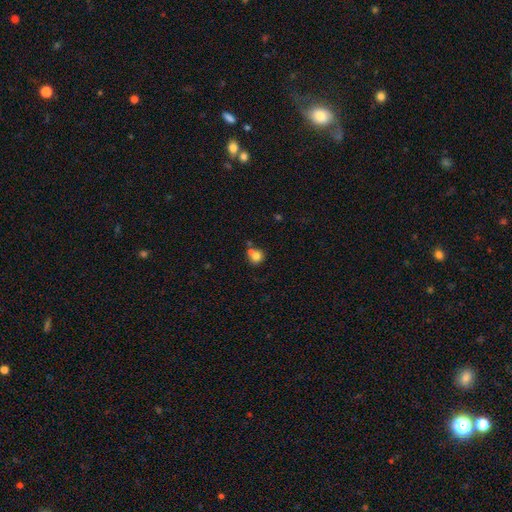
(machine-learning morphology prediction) Smooth or featured? smooth (76%)
How rounded? round (84%)
Merging? none (45%)